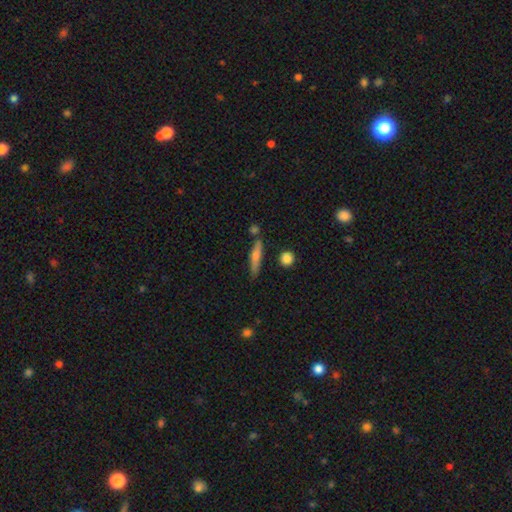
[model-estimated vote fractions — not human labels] smooth_or_featured: featured or disk (p=0.51) [alt: smooth p=0.41]
disk_edge_on: yes (p=0.93) [alt: no p=0.07]
merging: none (p=0.80) [alt: minor disturbance p=0.11]